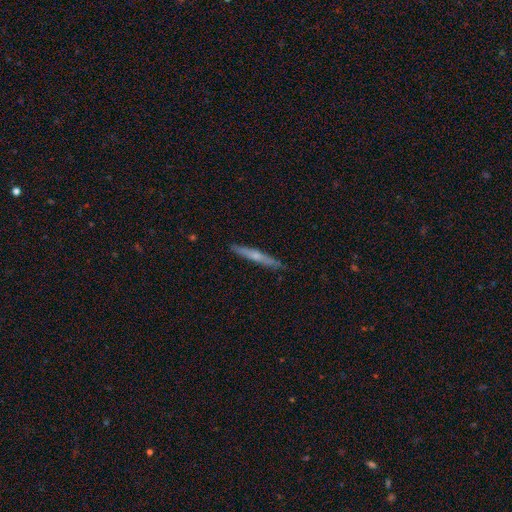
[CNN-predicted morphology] featured or disk 51%, smooth 43%, star or artifact 6%. Down the decision tree: edge-on disk — yes (95%); merging — none (88%).